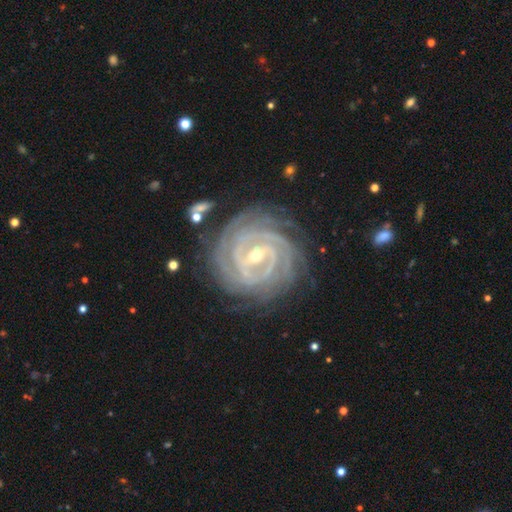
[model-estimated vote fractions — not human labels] Morphology: type=featured or disk (93%); edge-on=no (97%); bar=strong (44%); spiral arms=yes (98%); winding=tight (86%); arm count=4 (27%); bulge=small (66%); merging=none (80%).